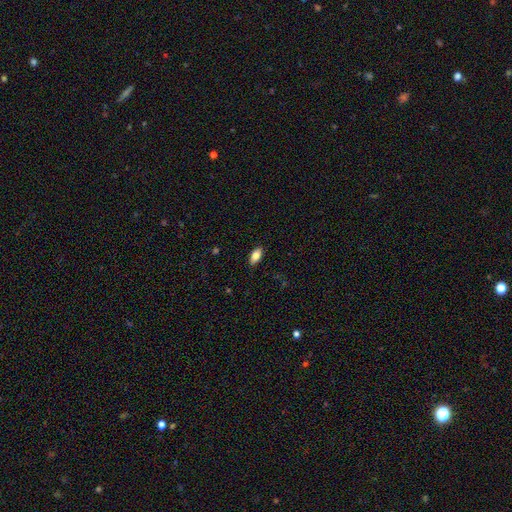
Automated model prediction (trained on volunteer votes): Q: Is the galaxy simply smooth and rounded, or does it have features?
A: smooth — 81%.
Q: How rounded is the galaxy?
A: in between — 90%.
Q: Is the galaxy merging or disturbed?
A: none — 89%.